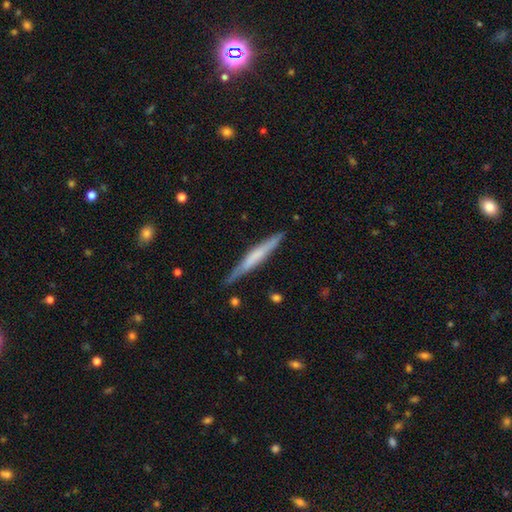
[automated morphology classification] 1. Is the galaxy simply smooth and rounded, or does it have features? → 51% featured or disk, 43% smooth, 6% star or artifact.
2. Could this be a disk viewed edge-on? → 96% yes, 4% no.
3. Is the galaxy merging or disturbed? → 84% none, 13% minor disturbance, 2% major disturbance, 2% merger.